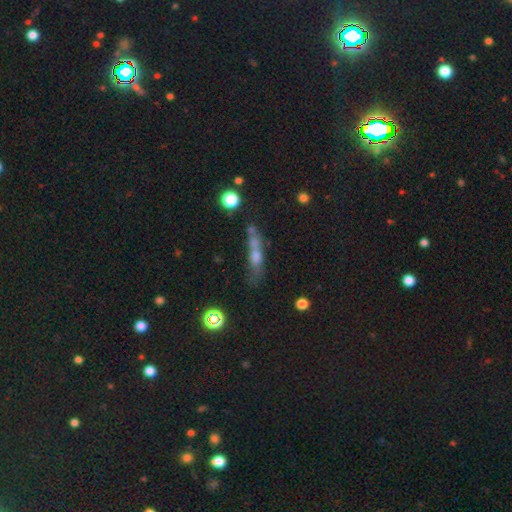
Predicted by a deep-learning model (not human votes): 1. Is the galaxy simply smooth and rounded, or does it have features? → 50% smooth, 32% featured or disk, 18% star or artifact.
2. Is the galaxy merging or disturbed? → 41% none, 25% merger, 19% minor disturbance, 15% major disturbance.